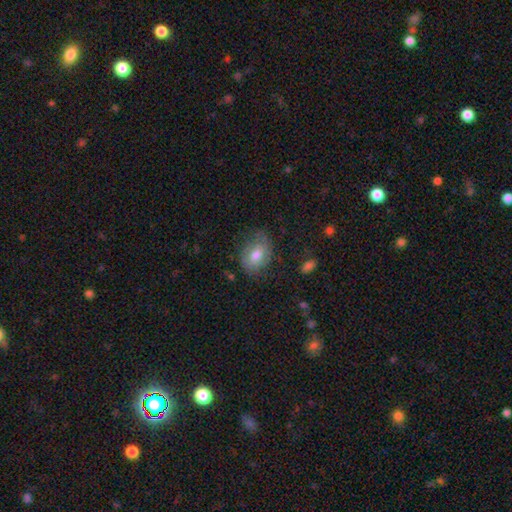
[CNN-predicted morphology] smooth_or_featured: smooth (p=0.67) [alt: featured or disk p=0.23]
how_rounded: in between (p=0.73) [alt: round p=0.26]
merging: none (p=0.69) [alt: minor disturbance p=0.23]